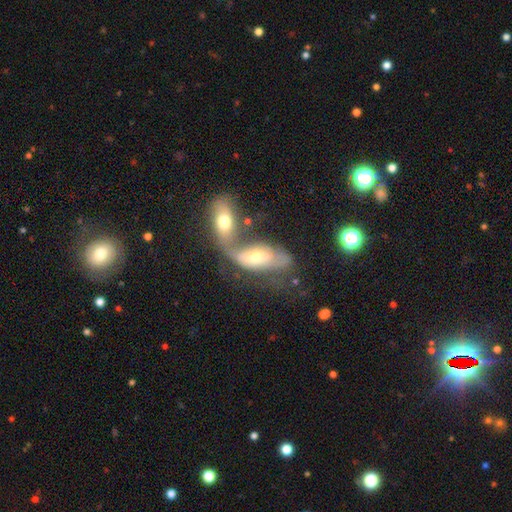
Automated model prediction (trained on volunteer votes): Smooth or featured? featured or disk (51%)
Edge-on disk? no (84%)
Merging? merger (72%)